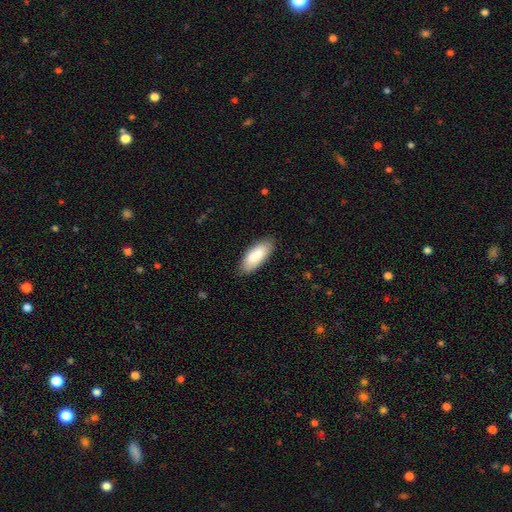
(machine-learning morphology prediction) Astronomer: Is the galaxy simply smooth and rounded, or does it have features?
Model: smooth — 87%.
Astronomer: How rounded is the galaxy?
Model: in between — 80%.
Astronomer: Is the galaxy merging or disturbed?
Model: none — 85%.